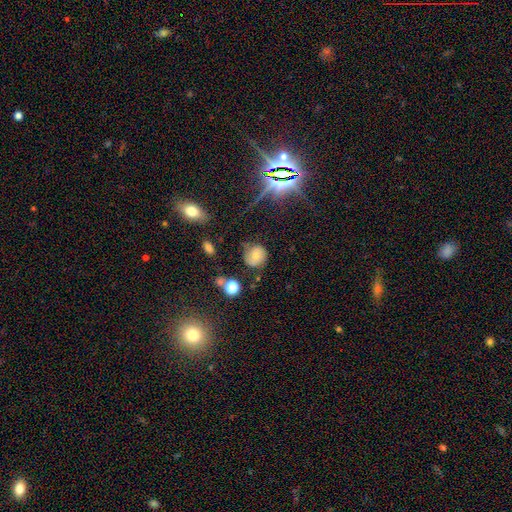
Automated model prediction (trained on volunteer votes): This is likely a smooth galaxy (61%). How rounded: likely round (79%). Merging: likely none (62%).